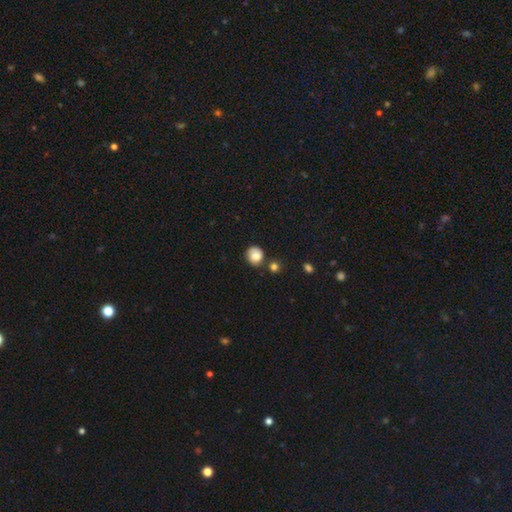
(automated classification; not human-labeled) This is likely a smooth galaxy (78%). How rounded: clearly round (82%). Merging: likely none (69%).